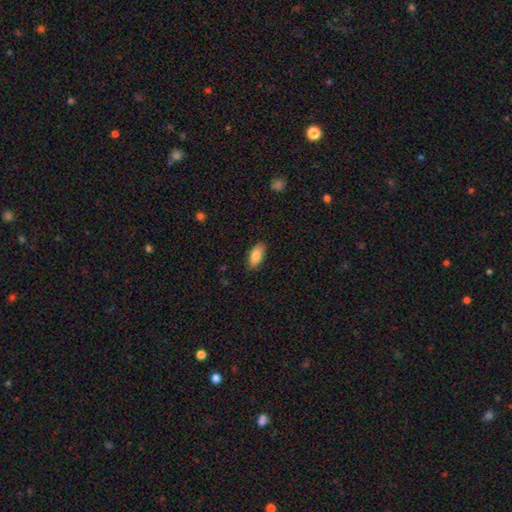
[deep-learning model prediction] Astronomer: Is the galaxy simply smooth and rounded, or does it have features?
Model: smooth — 85%.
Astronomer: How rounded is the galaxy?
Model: in between — 89%.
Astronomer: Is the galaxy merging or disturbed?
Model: none — 87%.